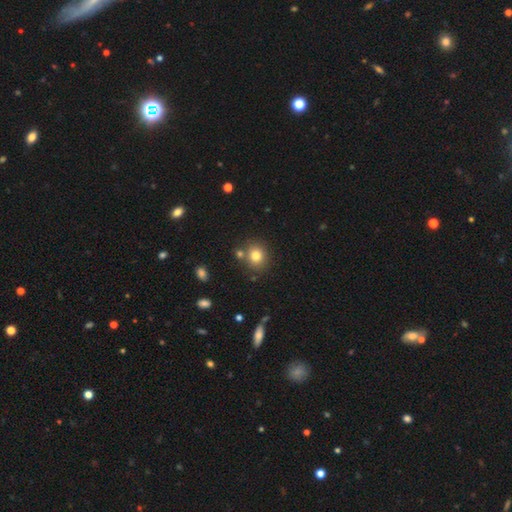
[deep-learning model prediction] Overall: smooth (79%). How rounded: round (79%). Merging: none (75%).